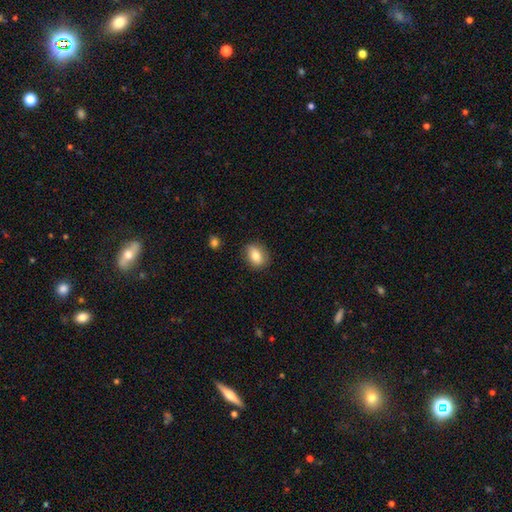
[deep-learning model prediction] Smooth or featured: smooth — 79% (featured or disk — 13%)
How rounded: in between — 69% (round — 29%)
Merging: none — 82% (minor disturbance — 14%)